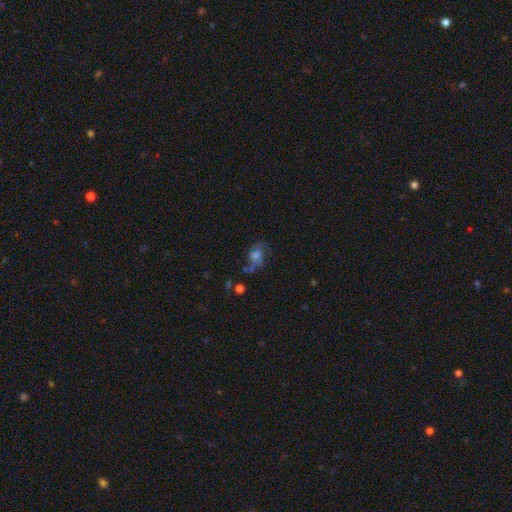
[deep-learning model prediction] featured or disk 53%, smooth 27%, star or artifact 20%. Down the decision tree: edge-on disk — no (95%); bar — no (69%); spiral arms — yes (76%); bulge size — moderate (43%); merging — none (53%).